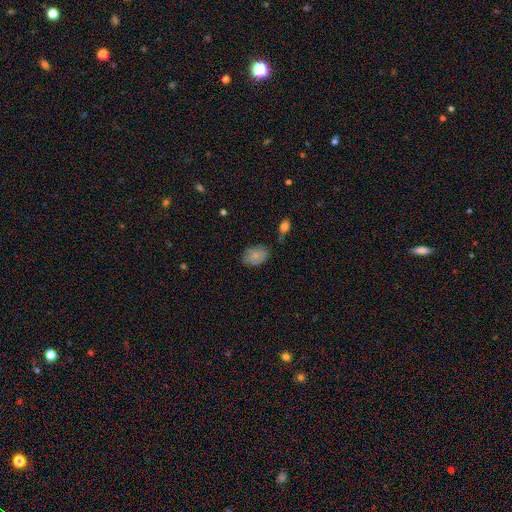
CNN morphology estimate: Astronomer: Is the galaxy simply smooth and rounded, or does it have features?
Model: smooth — 70%.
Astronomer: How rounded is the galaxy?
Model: in between — 81%.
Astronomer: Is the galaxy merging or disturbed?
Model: none — 61%.